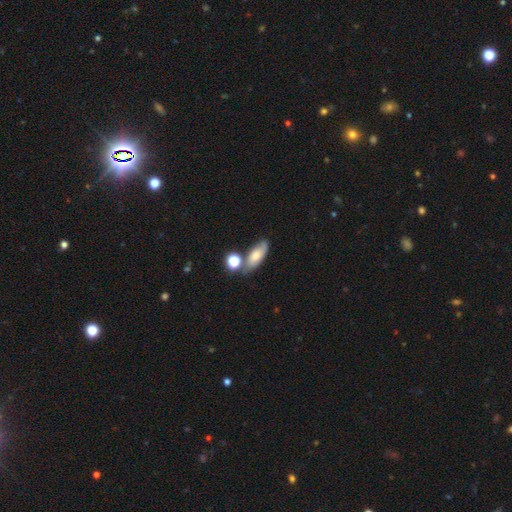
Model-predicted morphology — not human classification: smooth-or-featured: smooth: 58% | featured or disk: 31% | star or artifact: 11%
  how-rounded: in between: 76% | cigar-shaped: 14% | round: 10%
  merging: none: 56% | minor disturbance: 19% | merger: 18% | major disturbance: 7%